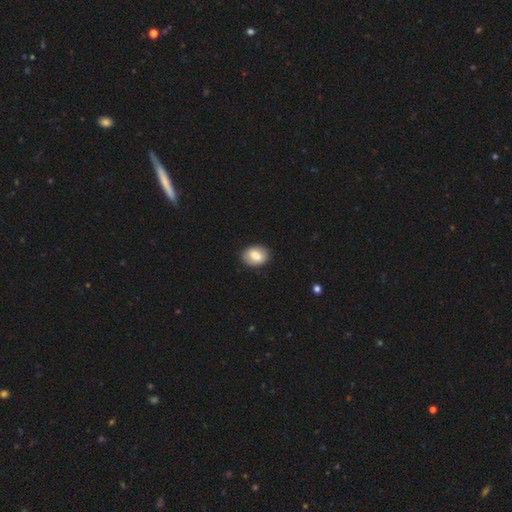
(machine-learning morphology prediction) type=smooth (82%); roundness=in between (72%); merging=none (85%).